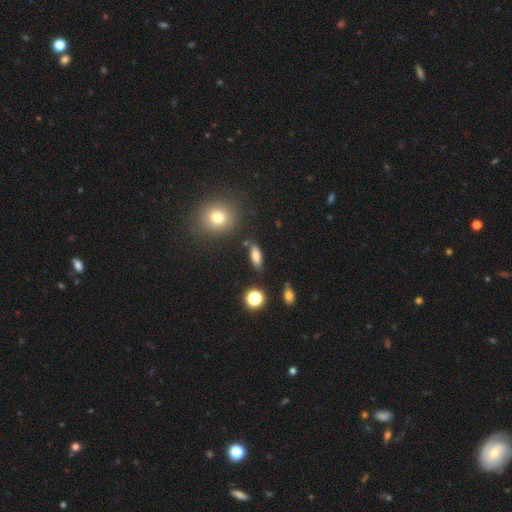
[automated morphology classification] Overall: smooth (74%). How rounded: in between (71%). Merging: none (82%).